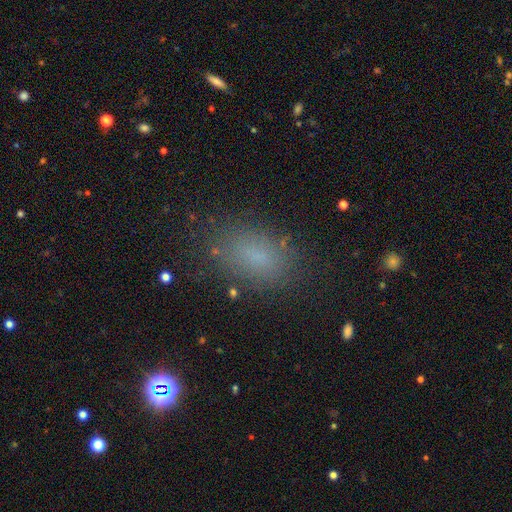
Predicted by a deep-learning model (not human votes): smooth_or_featured: smooth (p=0.76) [alt: star or artifact p=0.16]
how_rounded: in between (p=0.87) [alt: round p=0.10]
merging: none (p=0.80) [alt: minor disturbance p=0.13]